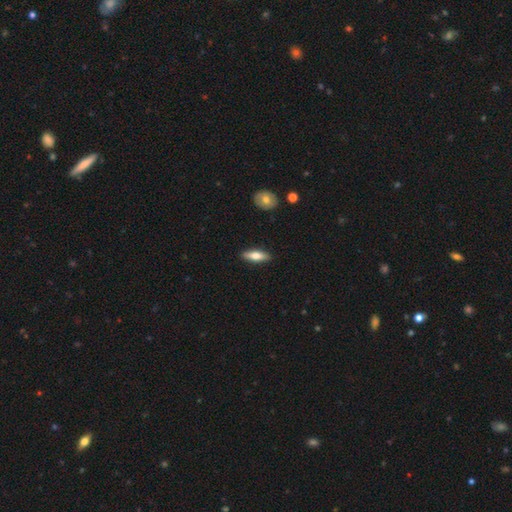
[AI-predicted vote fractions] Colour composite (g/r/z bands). It shows a smooth galaxy with no disk features (65%) that is cigar-shaped (50%). Merging: none (89%).